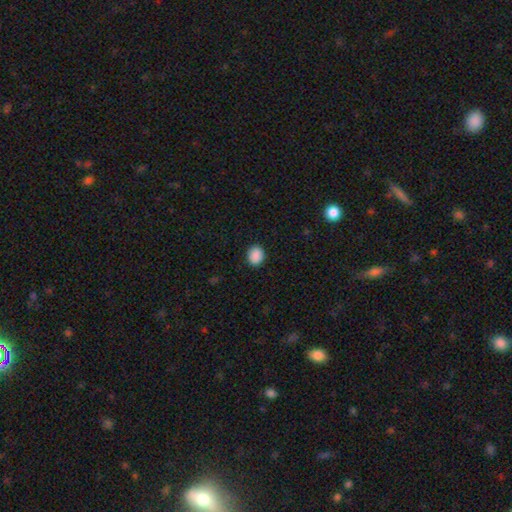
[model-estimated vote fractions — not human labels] Q: Smooth or featured?
A: smooth (90%); runner-up: star or artifact (8%)
Q: How rounded?
A: round (67%); runner-up: in between (32%)
Q: Merging?
A: none (91%); runner-up: minor disturbance (6%)